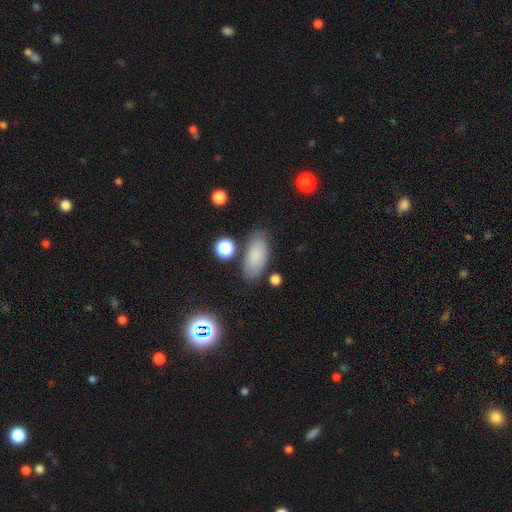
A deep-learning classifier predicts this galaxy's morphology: smooth 80%, featured or disk 11%, star or artifact 10%. Down the decision tree: how rounded — in between (88%); merging — none (77%).